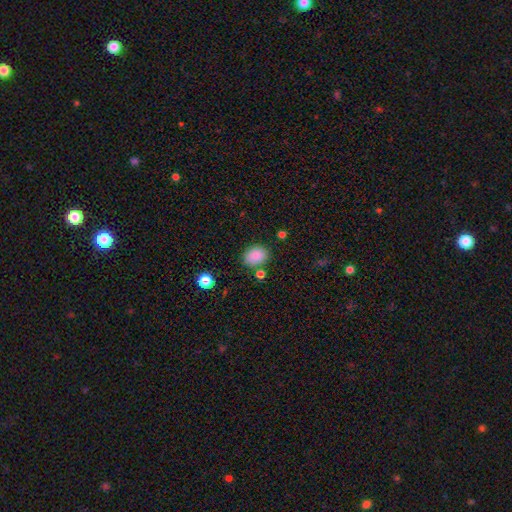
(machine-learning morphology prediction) type=smooth (86%); roundness=in between (63%); merging=none (77%).